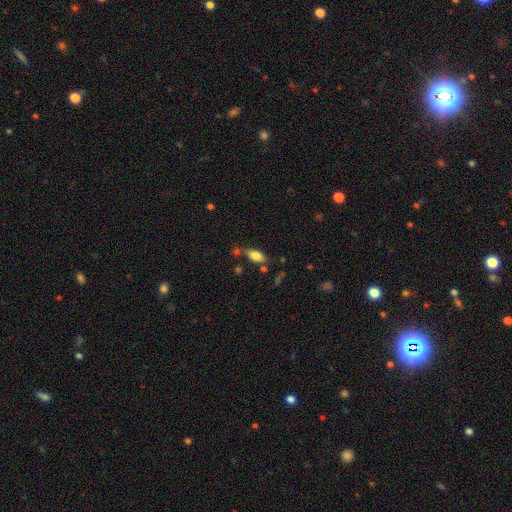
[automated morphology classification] Q: Smooth or featured?
A: smooth (76%); runner-up: featured or disk (16%)
Q: How rounded?
A: in between (86%); runner-up: cigar-shaped (8%)
Q: Merging?
A: none (64%); runner-up: minor disturbance (18%)